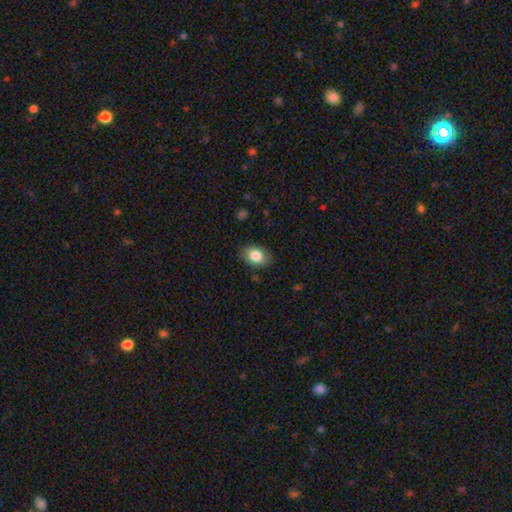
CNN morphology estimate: Smooth or featured? Predicted: smooth (p=0.82). How rounded? Predicted: in between (p=0.75). Merging? Predicted: none (p=0.84).